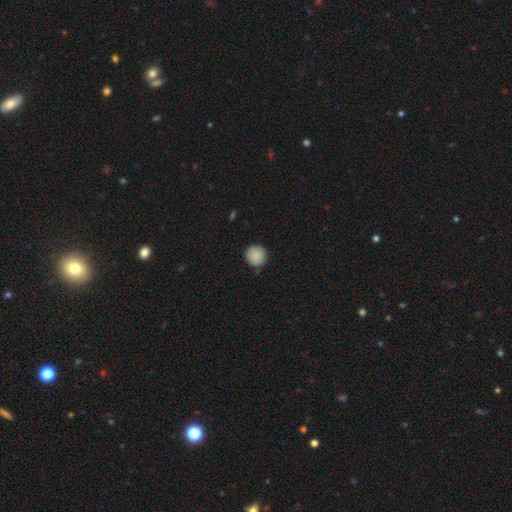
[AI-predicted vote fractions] Smooth or featured? Predicted: smooth (p=0.87). How rounded? Predicted: round (p=0.94). Merging? Predicted: none (p=0.88).